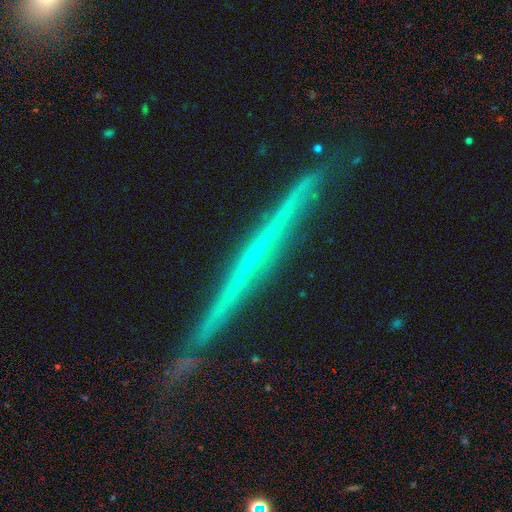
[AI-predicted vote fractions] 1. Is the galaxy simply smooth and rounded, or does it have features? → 81% featured or disk, 11% smooth, 7% star or artifact.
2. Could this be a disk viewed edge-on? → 98% yes, 2% no.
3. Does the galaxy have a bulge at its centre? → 68% none, 27% rounded, 5% boxy.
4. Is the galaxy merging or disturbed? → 79% none, 16% minor disturbance, 3% major disturbance, 2% merger.